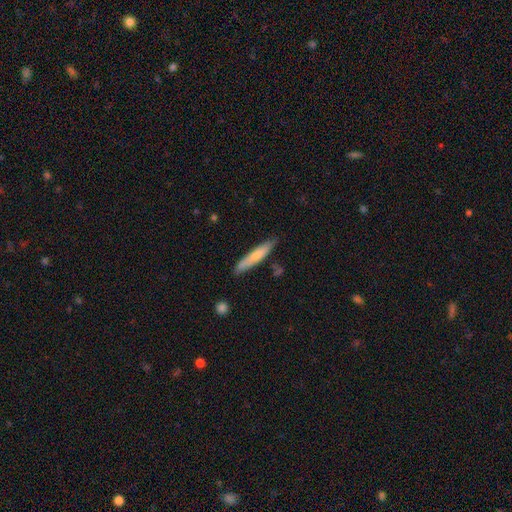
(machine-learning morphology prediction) smooth 67%, featured or disk 27%, star or artifact 6%. Down the decision tree: how rounded — cigar-shaped (91%); merging — none (83%).